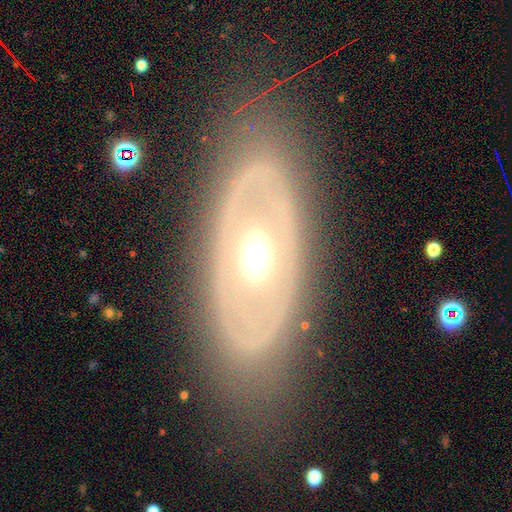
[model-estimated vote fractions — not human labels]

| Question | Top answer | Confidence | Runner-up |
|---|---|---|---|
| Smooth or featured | featured or disk | 70% | smooth (24%) |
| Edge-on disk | no | 86% | yes (14%) |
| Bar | no | 87% | weak (9%) |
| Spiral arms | no | 82% | yes (18%) |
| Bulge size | moderate | 65% | large (23%) |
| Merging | none | 84% | minor disturbance (10%) |